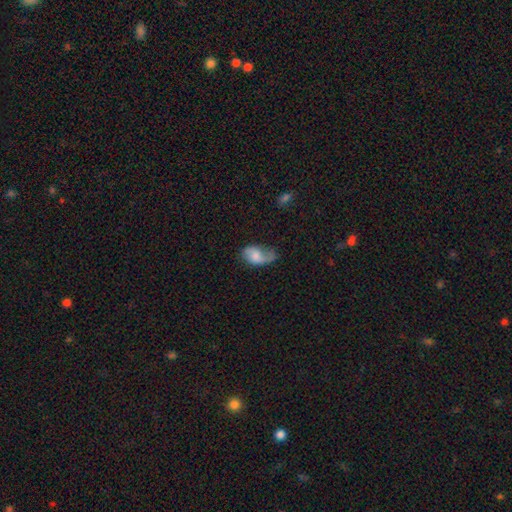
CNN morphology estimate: This is possibly a smooth galaxy (52%). How rounded: clearly in between (89%). Merging: marginally none (35%).